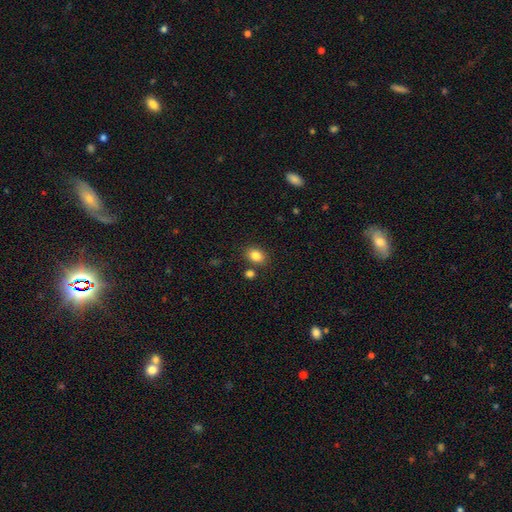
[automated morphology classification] smooth_or_featured: smooth (p=0.84) [alt: star or artifact p=0.10]
how_rounded: in between (p=0.67) [alt: round p=0.32]
merging: none (p=0.80) [alt: minor disturbance p=0.10]